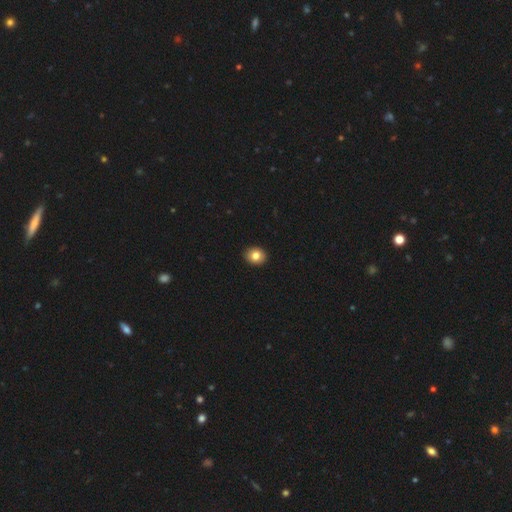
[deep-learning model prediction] This appears to be a smooth galaxy with no disk features (82%) that is round (59%). Merging: none (92%).